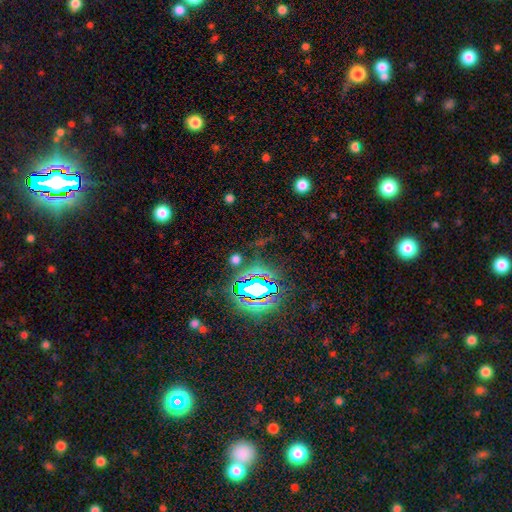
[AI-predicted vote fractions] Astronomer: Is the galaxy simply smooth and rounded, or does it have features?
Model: star or artifact — 79%.